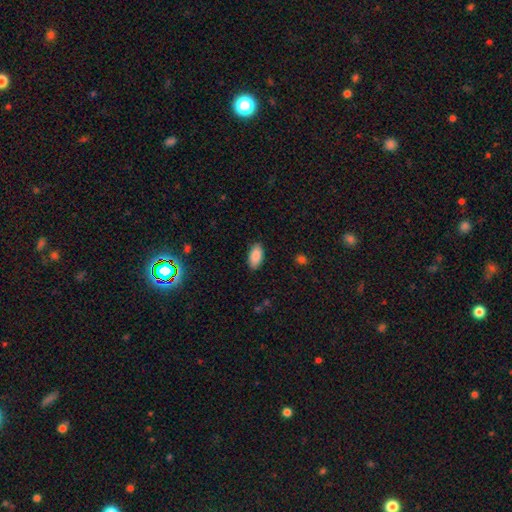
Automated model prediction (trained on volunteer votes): This is clearly a smooth galaxy (89%). How rounded: clearly in between (94%). Merging: clearly none (87%).